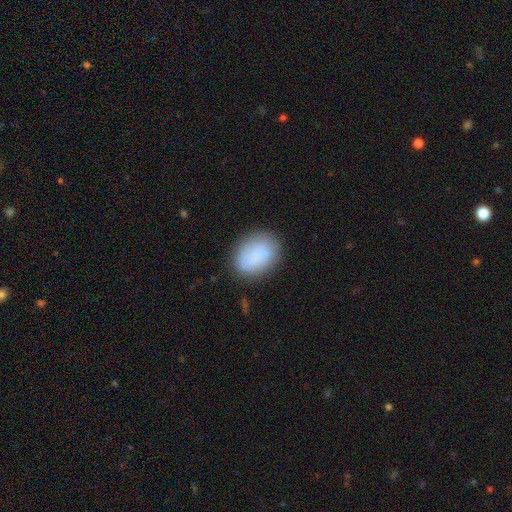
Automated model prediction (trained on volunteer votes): Smooth or featured? Predicted: smooth (p=0.79). How rounded? Predicted: in between (p=0.66). Merging? Predicted: none (p=0.74).